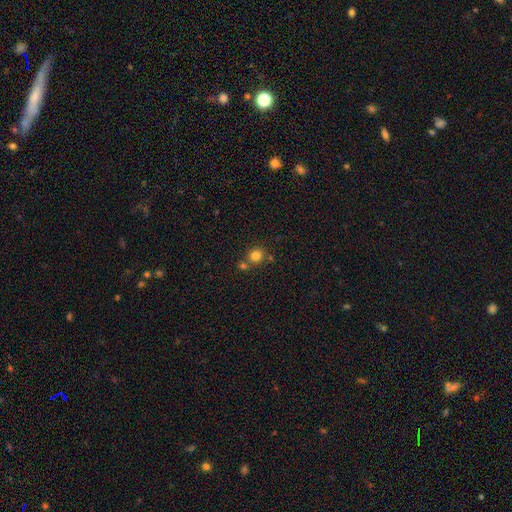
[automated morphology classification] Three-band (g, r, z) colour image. It shows a smooth galaxy with no disk features (81%) that is round (89%). Merging: none (67%).